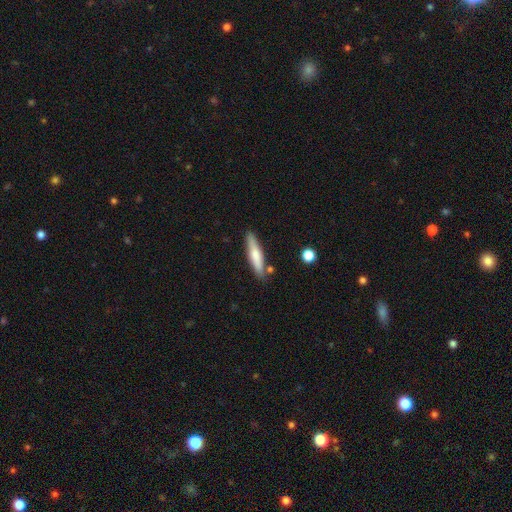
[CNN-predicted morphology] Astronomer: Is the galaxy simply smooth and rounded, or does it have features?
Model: smooth — 66%.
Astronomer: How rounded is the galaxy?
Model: cigar-shaped — 84%.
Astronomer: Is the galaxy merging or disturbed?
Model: none — 81%.